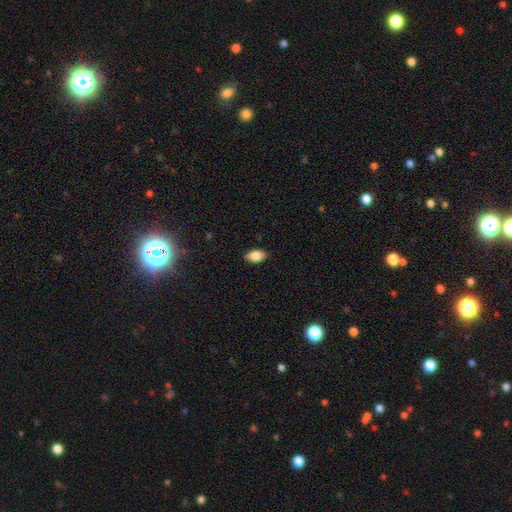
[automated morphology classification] This appears to be a smooth galaxy with no disk features (84%) that is in between round and cigar-shaped (91%). Merging: none (88%).